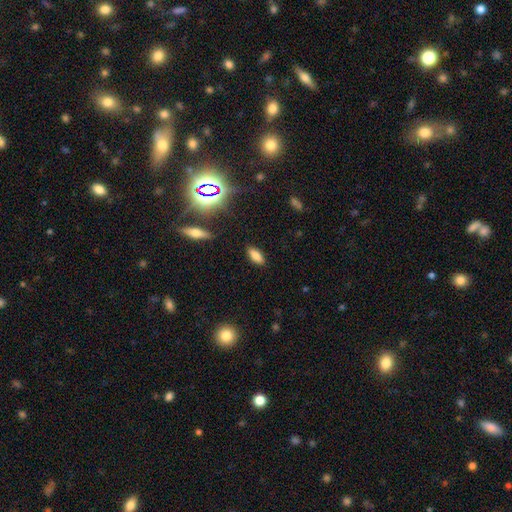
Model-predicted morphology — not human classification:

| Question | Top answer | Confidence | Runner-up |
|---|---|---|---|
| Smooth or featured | smooth | 79% | star or artifact (13%) |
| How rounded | in between | 80% | cigar-shaped (18%) |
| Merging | none | 87% | minor disturbance (9%) |